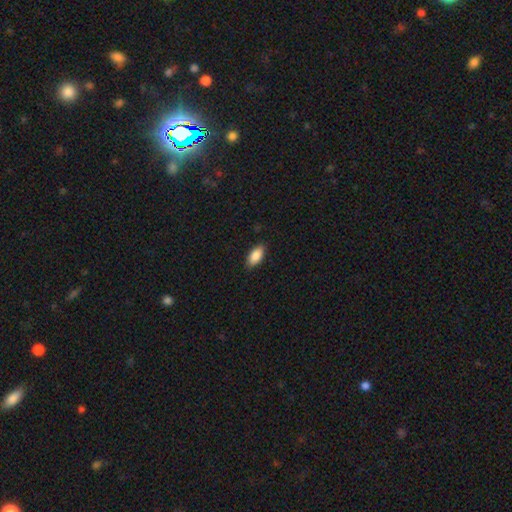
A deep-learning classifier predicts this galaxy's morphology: Smooth or featured? Predicted: smooth (p=0.89). How rounded? Predicted: in between (p=0.92). Merging? Predicted: none (p=0.86).